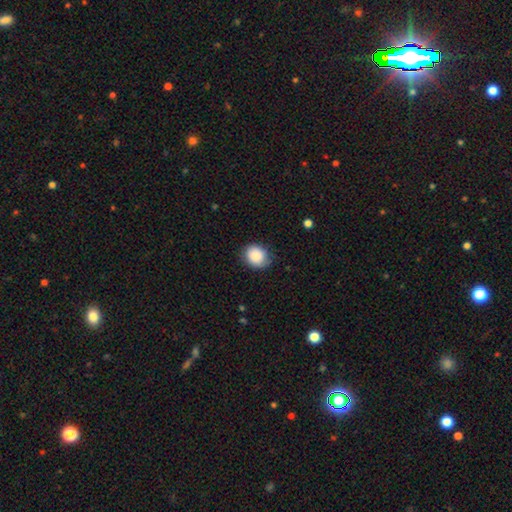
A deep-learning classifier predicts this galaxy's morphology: A smooth galaxy with no disk features (87%) that is round (64%). Merging: none (77%).